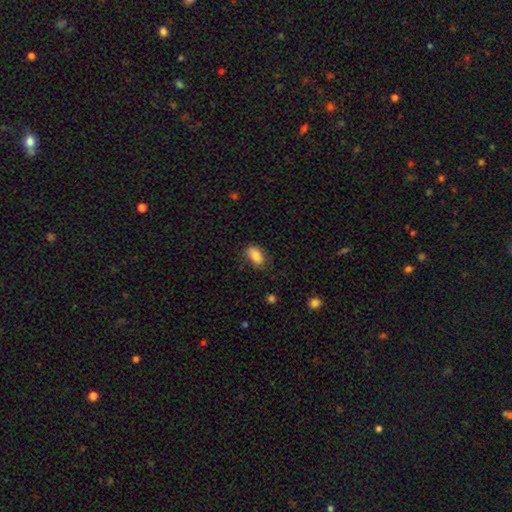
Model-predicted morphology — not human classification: The model was most divided on "merging": none: 70%, minor disturbance: 23%, major disturbance: 6%, merger: 1%. More confident: how rounded — in between (92%); smooth or featured — smooth (83%).